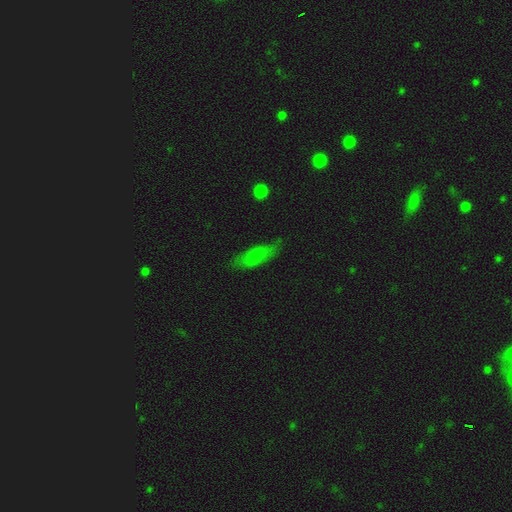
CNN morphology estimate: Smooth or featured? Predicted: smooth (p=0.72). How rounded? Predicted: in between (p=0.60). Merging? Predicted: none (p=0.71).